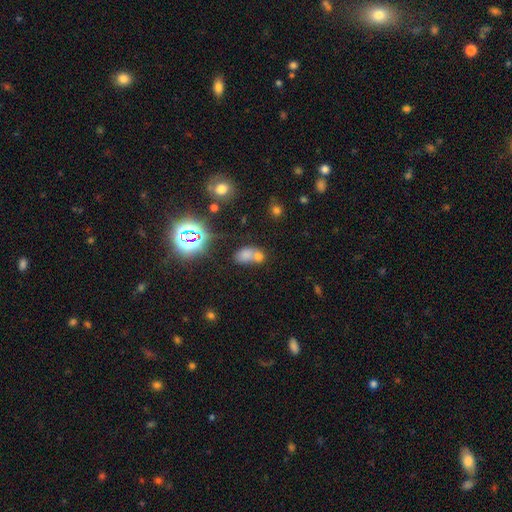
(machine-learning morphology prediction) Smooth or featured? smooth (59%)
How rounded? in between (65%)
Merging? merger (53%)